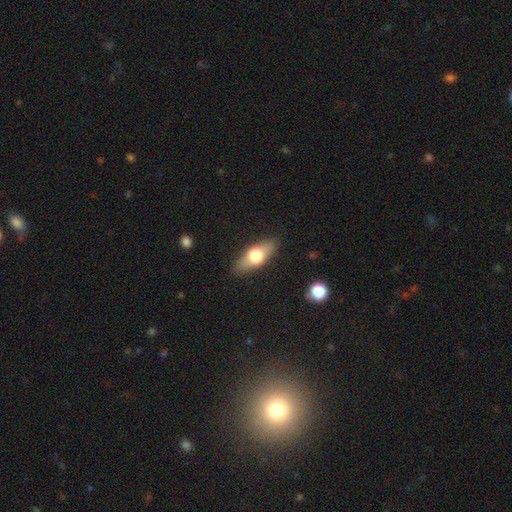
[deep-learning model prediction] Overall: smooth (61%; featured or disk 33%). How rounded: in between (71%). Merging: none (86%).